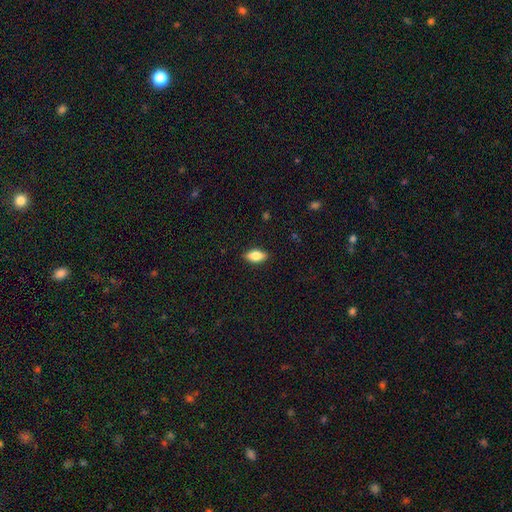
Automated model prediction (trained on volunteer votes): Morphology: type=smooth (79%); roundness=in between (88%); merging=none (88%).